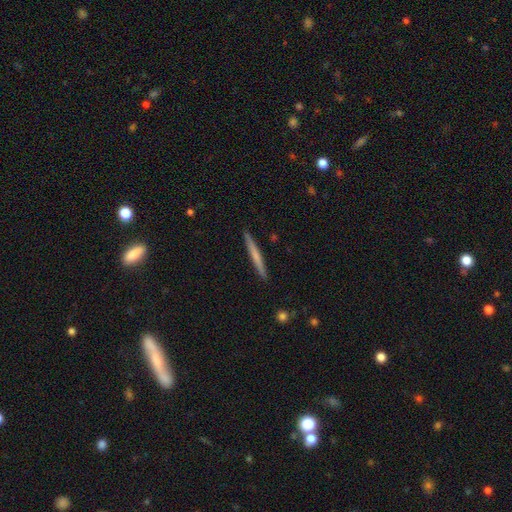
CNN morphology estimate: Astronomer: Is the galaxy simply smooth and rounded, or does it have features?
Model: smooth — 56% (runner-up: featured or disk, 39%).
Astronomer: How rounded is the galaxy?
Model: cigar-shaped — 97%.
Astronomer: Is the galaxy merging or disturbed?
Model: none — 92%.